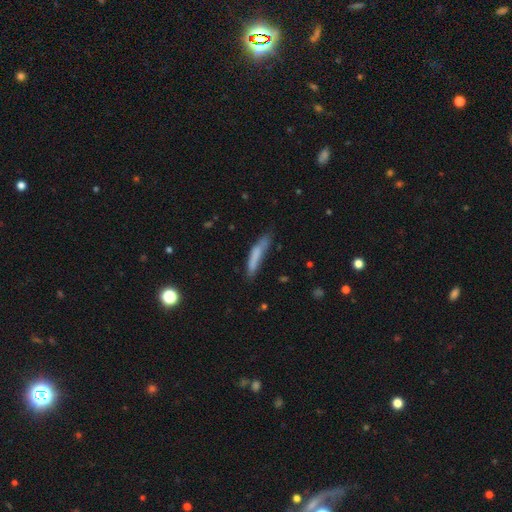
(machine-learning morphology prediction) type=smooth (72%); roundness=cigar-shaped (86%); merging=none (55%).